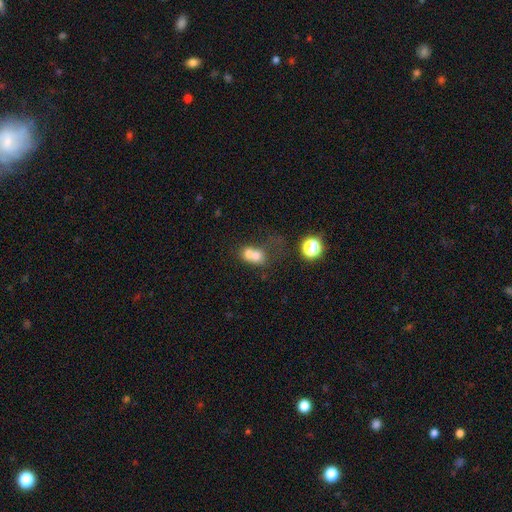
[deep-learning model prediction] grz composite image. It shows a smooth galaxy with no disk features (65%) that is round (62%). Merging: merger (67%).